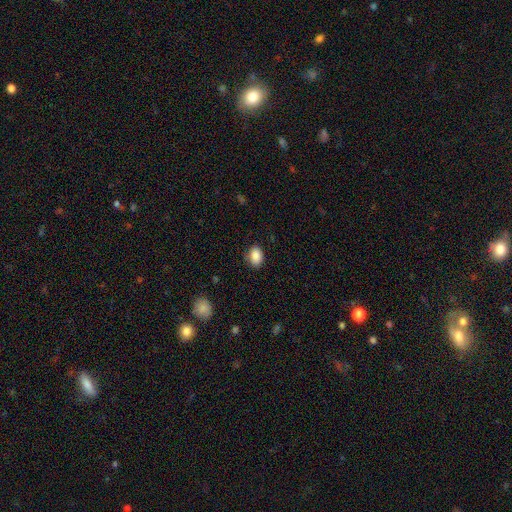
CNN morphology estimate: This is clearly a smooth galaxy (88%). How rounded: likely in between (77%). Merging: clearly none (81%).